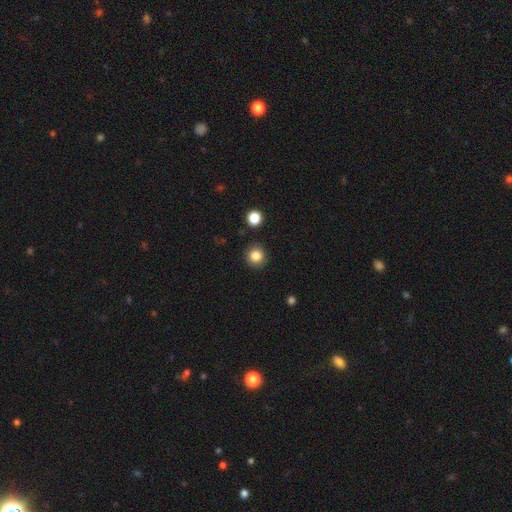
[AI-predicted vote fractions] This is clearly a smooth galaxy (84%). How rounded: clearly round (93%). Merging: clearly none (90%).